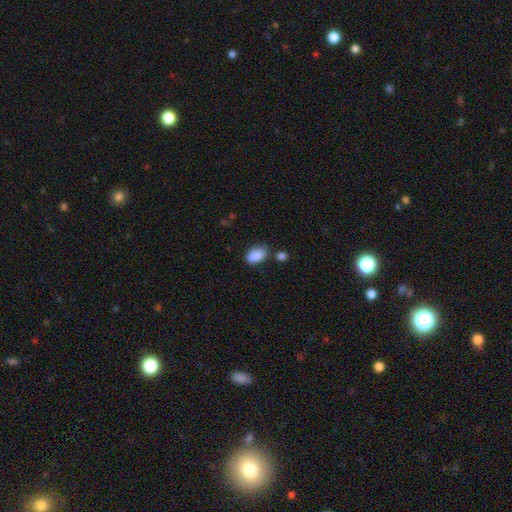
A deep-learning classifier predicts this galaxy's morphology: Q: Smooth or featured?
A: smooth (89%); runner-up: star or artifact (7%)
Q: How rounded?
A: in between (92%); runner-up: round (6%)
Q: Merging?
A: none (67%); runner-up: minor disturbance (19%)